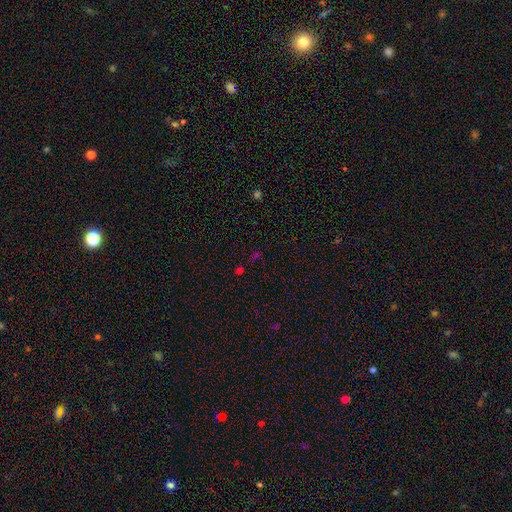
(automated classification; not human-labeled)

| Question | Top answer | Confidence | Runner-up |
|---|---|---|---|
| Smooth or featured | star or artifact | 56% | smooth (35%) |